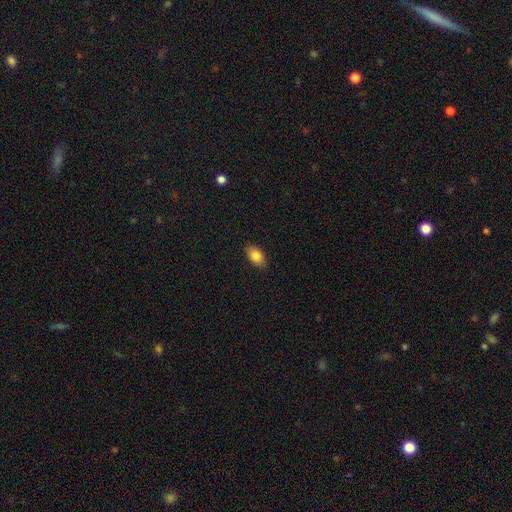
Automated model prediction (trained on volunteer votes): A smooth galaxy with no disk features (84%) that is in between round and cigar-shaped (92%).

Vote fractions:
- Smooth or featured? smooth: 84% / featured or disk: 9% / star or artifact: 7%
- How rounded? in between: 92% / round: 6% / cigar-shaped: 3%
- Merging? none: 89% / minor disturbance: 9% / major disturbance: 2% / merger: 1%